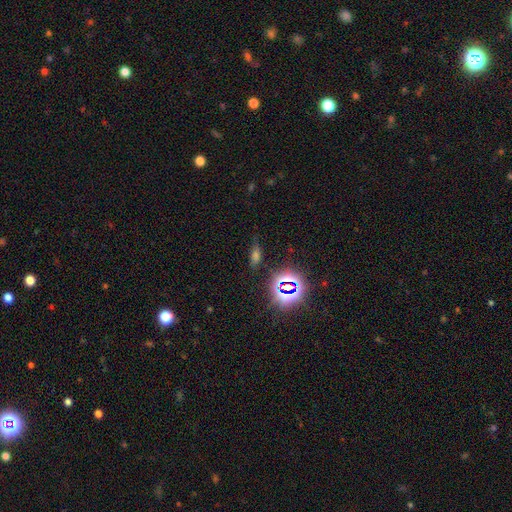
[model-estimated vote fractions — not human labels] Smooth or featured: smooth — 44% (star or artifact — 39%)
Merging: none — 77% (minor disturbance — 15%)